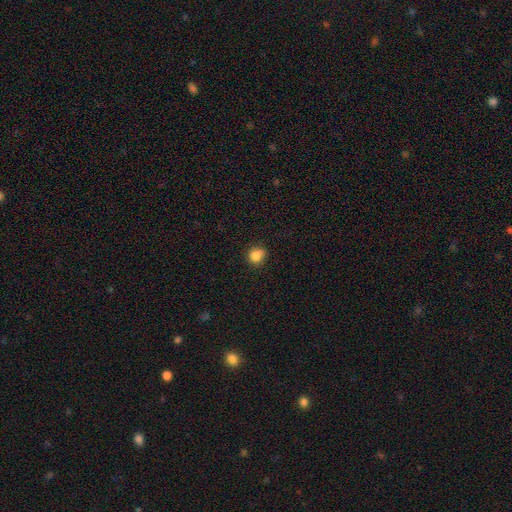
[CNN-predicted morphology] A smooth galaxy with no disk features (84%) that is round (80%).

Vote fractions:
- Smooth or featured? smooth: 84% / star or artifact: 11% / featured or disk: 5%
- How rounded? round: 80% / in between: 19% / cigar-shaped: 1%
- Merging? none: 75% / minor disturbance: 19% / major disturbance: 4% / merger: 2%